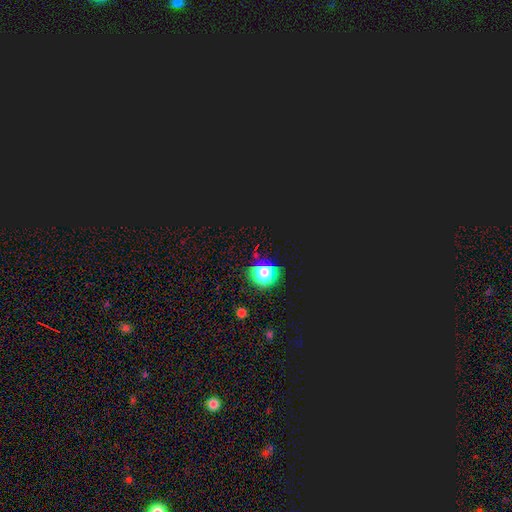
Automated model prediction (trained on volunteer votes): smooth-or-featured: star or artifact: 76% | smooth: 18% | featured or disk: 6%